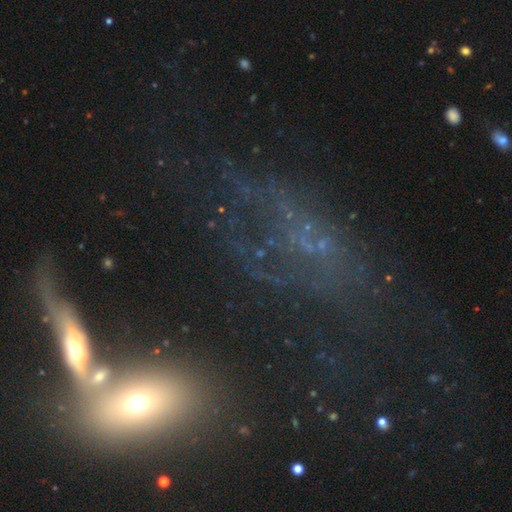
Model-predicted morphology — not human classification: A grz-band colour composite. It shows a featured or disk galaxy (40%). Merging: none (36%).